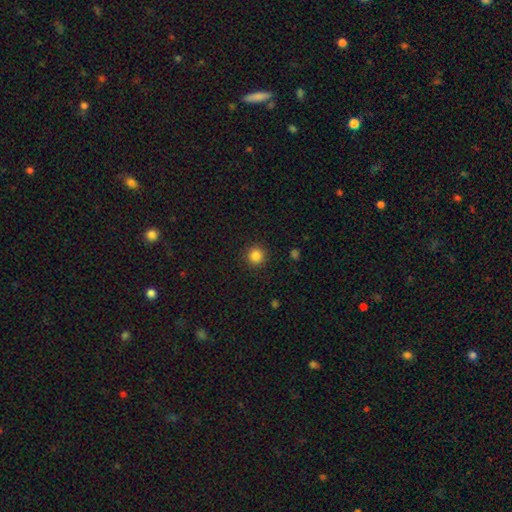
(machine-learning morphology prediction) The model was most divided on "smooth or featured": smooth: 86%, star or artifact: 11%, featured or disk: 3%. More confident: how rounded — round (95%); merging — none (91%).